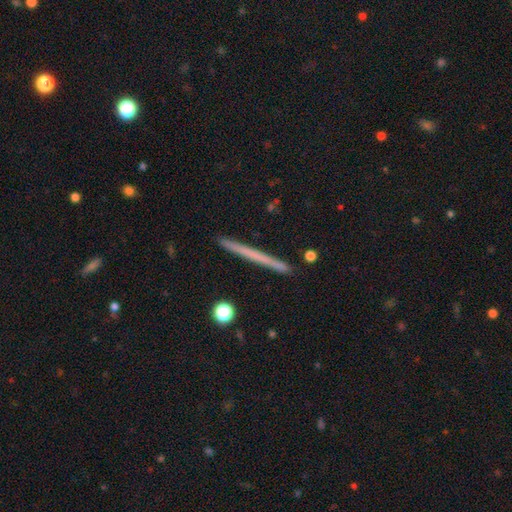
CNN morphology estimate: smooth-or-featured: featured or disk: 47% | smooth: 45% | star or artifact: 8%
  merging: none: 92% | minor disturbance: 6% | merger: 1% | major disturbance: 1%